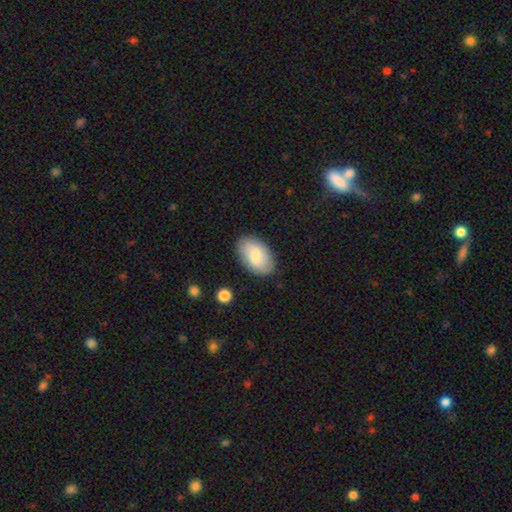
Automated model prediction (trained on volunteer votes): Morphology: type=smooth (67%); roundness=in between (93%); merging=none (84%).